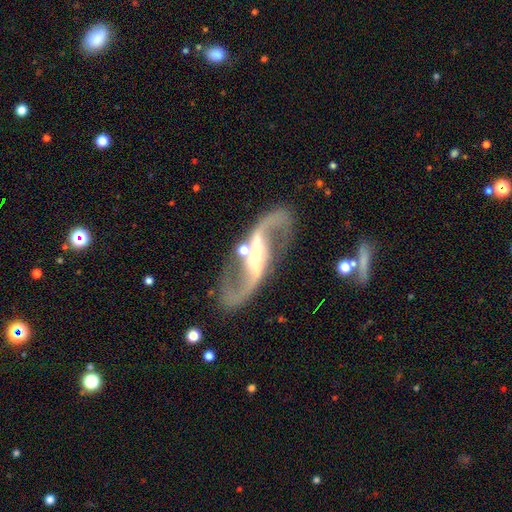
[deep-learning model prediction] Smooth or featured? featured or disk (92%)
Edge-on disk? no (96%)
Bar? strong (52%)
Spiral arms? yes (97%)
Spiral winding? loose (63%)
Spiral arm count? 2 (94%)
Bulge size? small (56%)
Merging? none (75%)